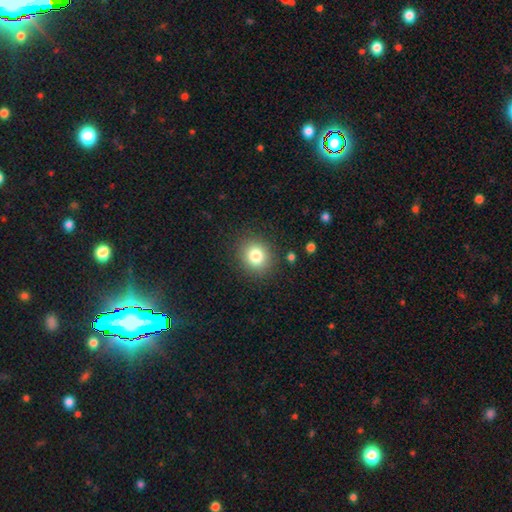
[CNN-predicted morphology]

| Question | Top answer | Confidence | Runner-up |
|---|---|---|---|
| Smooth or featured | smooth | 80% | star or artifact (12%) |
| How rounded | round | 79% | in between (20%) |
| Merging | none | 87% | minor disturbance (8%) |